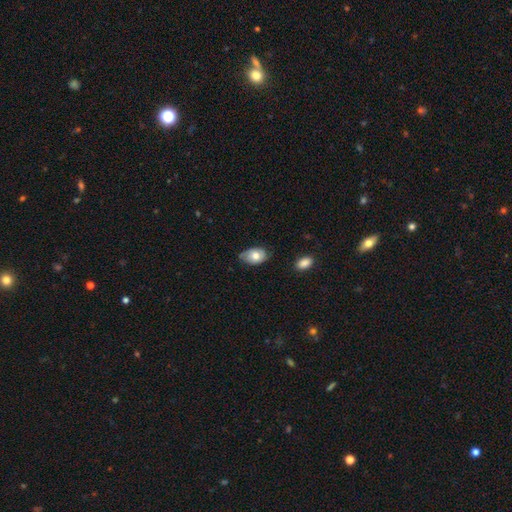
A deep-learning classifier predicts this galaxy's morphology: smooth-or-featured: smooth: 70% | featured or disk: 23% | star or artifact: 7%
  how-rounded: in between: 87% | round: 12% | cigar-shaped: 1%
  merging: none: 63% | minor disturbance: 29% | major disturbance: 5% | merger: 2%